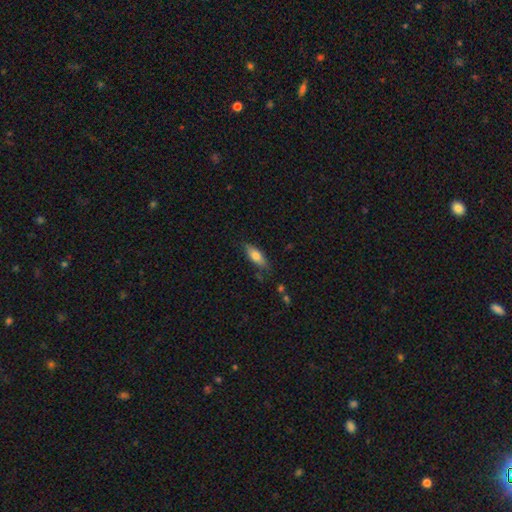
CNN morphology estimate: Smooth or featured?
  - smooth: 72% *
  - featured or disk: 21%
  - star or artifact: 7%
How rounded?
  - in between: 66% *
  - cigar-shaped: 32%
  - round: 3%
Merging?
  - none: 76% *
  - minor disturbance: 18%
  - major disturbance: 4%
  - merger: 2%